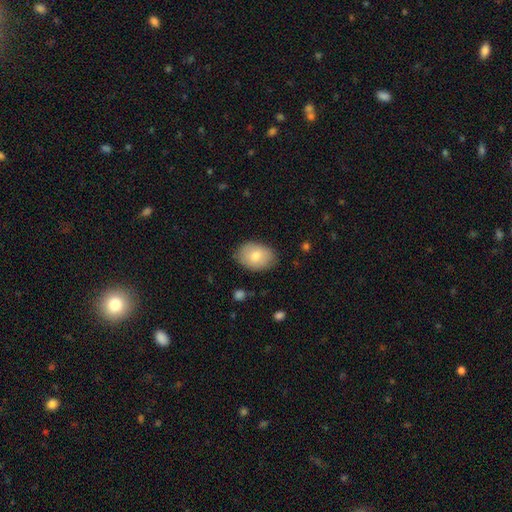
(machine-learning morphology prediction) The model was most divided on "how rounded": in between: 77%, round: 22%, cigar-shaped: 1%. More confident: merging — none (84%); smooth or featured — smooth (75%).